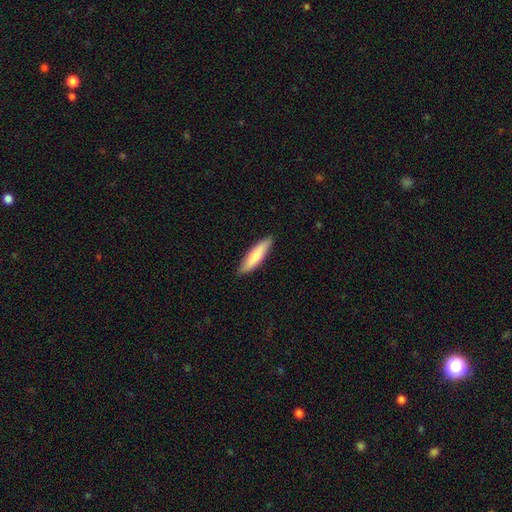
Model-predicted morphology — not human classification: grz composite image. It shows a smooth galaxy with no disk features (80%) that is cigar-shaped (72%). Merging: none (87%).